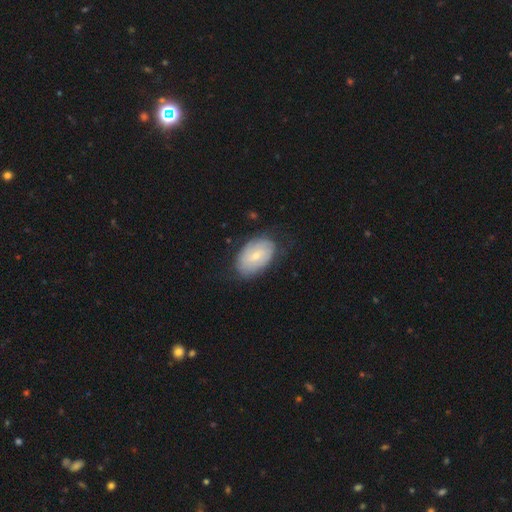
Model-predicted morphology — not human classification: A smooth galaxy with no disk features (57%) that is in between round and cigar-shaped (91%). Merging: none (71%).